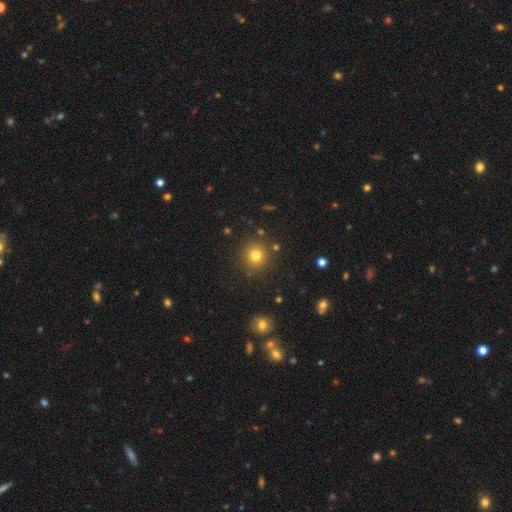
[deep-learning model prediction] Smooth or featured? smooth (78%)
How rounded? round (91%)
Merging? none (87%)